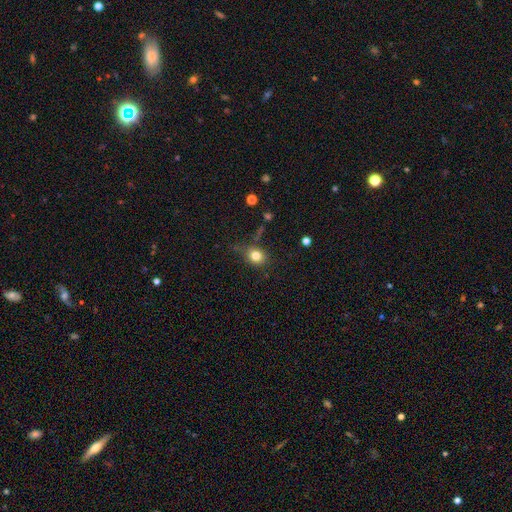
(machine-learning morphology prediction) Q: Smooth or featured?
A: smooth (80%); runner-up: star or artifact (12%)
Q: How rounded?
A: round (69%); runner-up: in between (29%)
Q: Merging?
A: none (64%); runner-up: minor disturbance (22%)